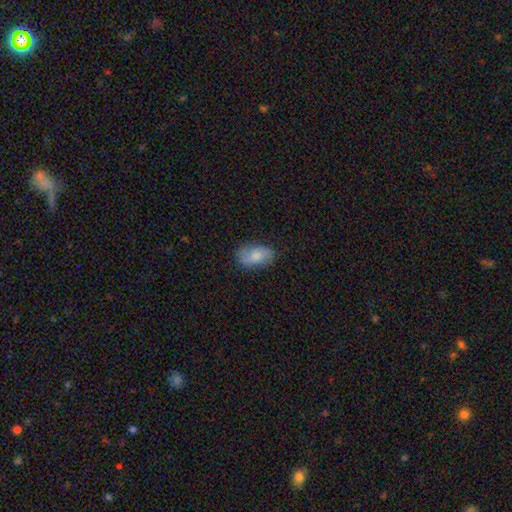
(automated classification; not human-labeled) This appears to be a smooth galaxy with no disk features (77%) that is in between round and cigar-shaped (92%). Merging: none (77%).